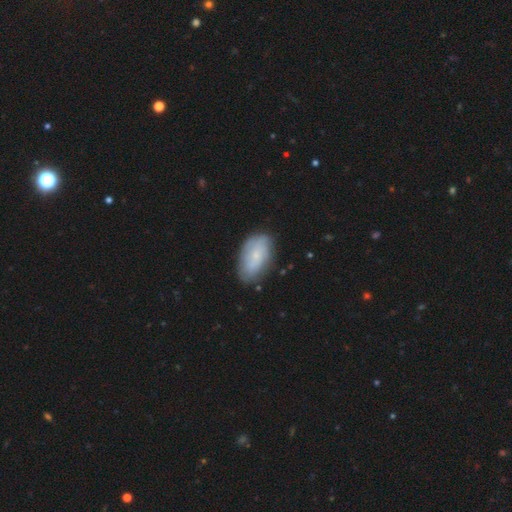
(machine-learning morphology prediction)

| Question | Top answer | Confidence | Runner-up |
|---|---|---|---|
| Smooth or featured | smooth | 65% | featured or disk (29%) |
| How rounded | in between | 93% | round (4%) |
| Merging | none | 74% | minor disturbance (20%) |